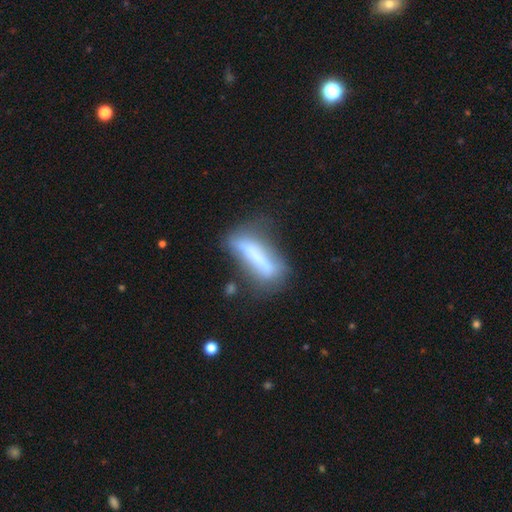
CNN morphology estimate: This is possibly a smooth galaxy (52%). How rounded: likely cigar-shaped (75%). Merging: possibly none (51%).